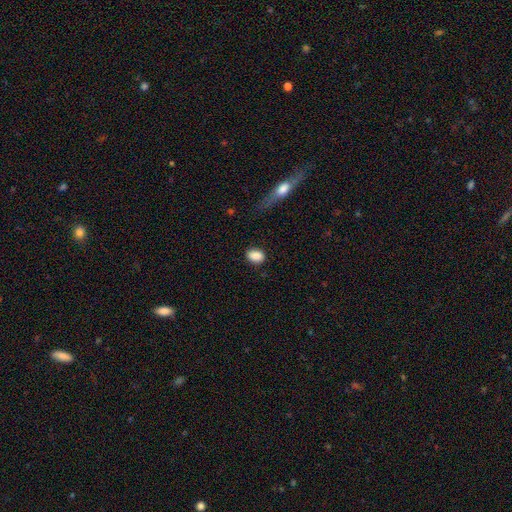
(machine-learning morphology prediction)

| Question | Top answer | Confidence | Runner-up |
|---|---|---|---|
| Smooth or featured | smooth | 88% | star or artifact (8%) |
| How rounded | in between | 80% | round (18%) |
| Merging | none | 81% | minor disturbance (14%) |